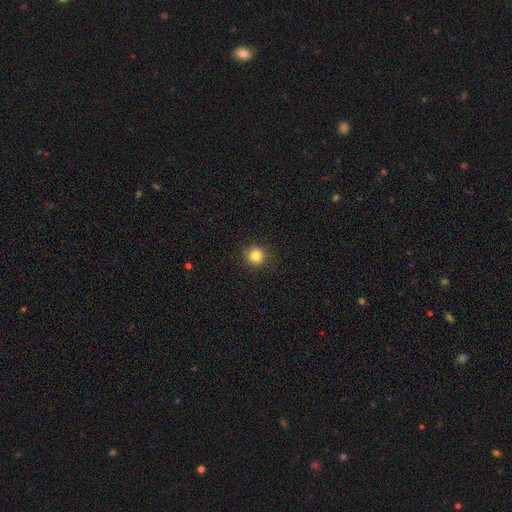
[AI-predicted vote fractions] Smooth or featured? smooth (83%)
How rounded? round (92%)
Merging? none (89%)